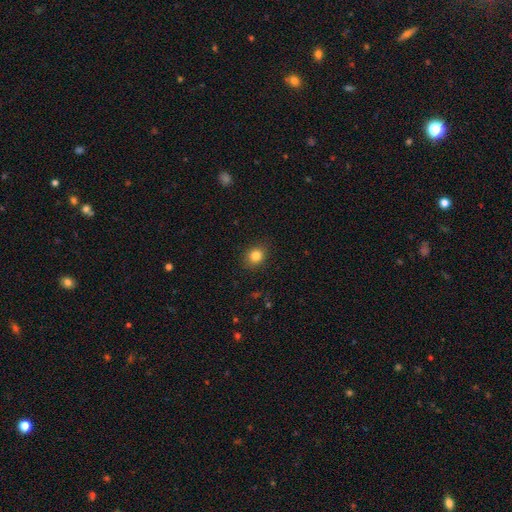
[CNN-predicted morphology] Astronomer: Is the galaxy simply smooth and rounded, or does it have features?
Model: smooth — 83%.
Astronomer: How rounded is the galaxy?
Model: round — 72%.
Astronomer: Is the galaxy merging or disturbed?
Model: none — 88%.